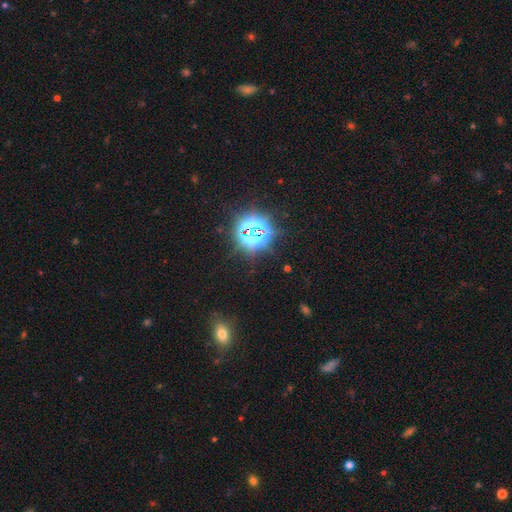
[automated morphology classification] smooth-or-featured: star or artifact: 70% | smooth: 23% | featured or disk: 6%